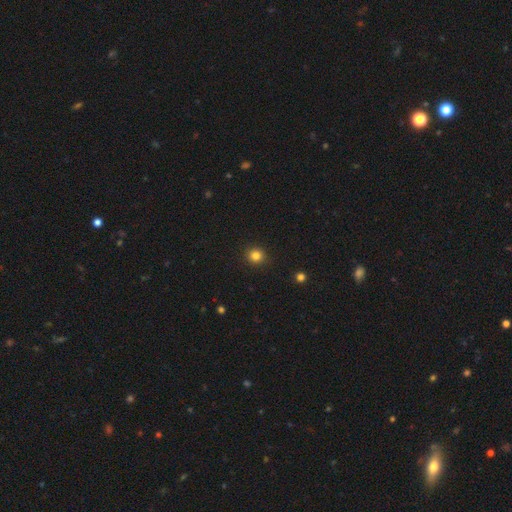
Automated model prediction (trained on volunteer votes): Smooth or featured: smooth — 82% (star or artifact — 13%)
How rounded: round — 90% (in between — 9%)
Merging: none — 92% (minor disturbance — 5%)